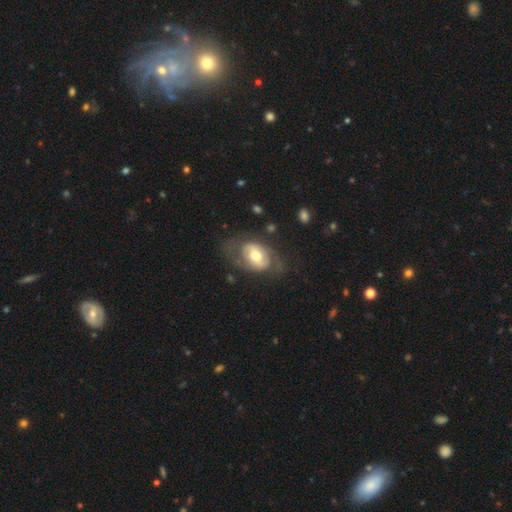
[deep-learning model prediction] smooth-or-featured: featured or disk: 51% | smooth: 42% | star or artifact: 6%
  disk-edge-on: no: 93% | yes: 7%
  merging: none: 57% | minor disturbance: 22% | major disturbance: 19% | merger: 2%